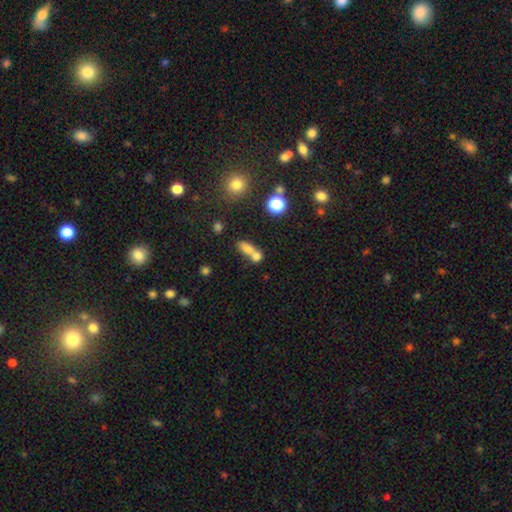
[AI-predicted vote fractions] Smooth or featured: smooth — 69% (featured or disk — 16%)
How rounded: in between — 56% (round — 34%)
Merging: merger — 64% (none — 24%)